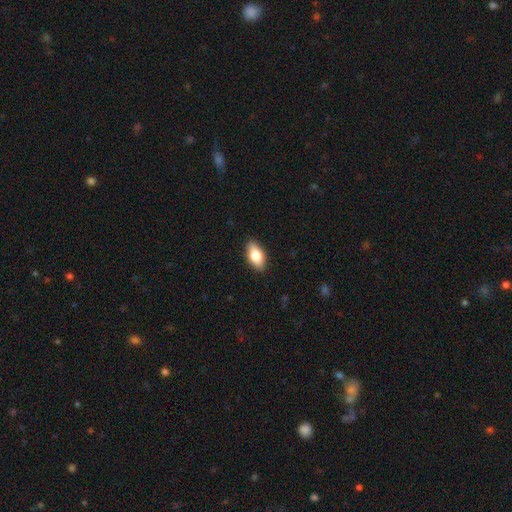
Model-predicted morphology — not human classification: smooth-or-featured: smooth: 79% | featured or disk: 14% | star or artifact: 7%
  how-rounded: in between: 89% | cigar-shaped: 6% | round: 4%
  merging: none: 87% | minor disturbance: 10% | major disturbance: 2% | merger: 1%